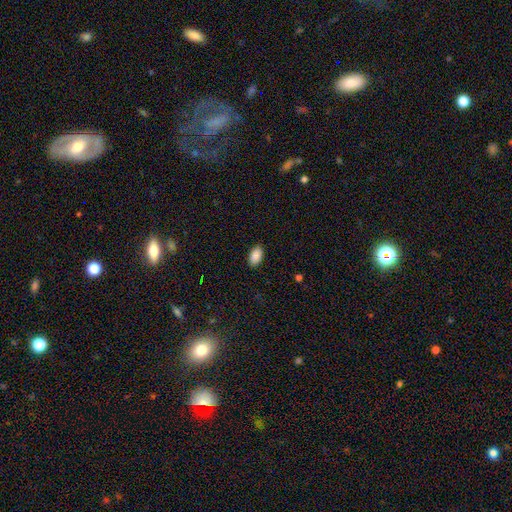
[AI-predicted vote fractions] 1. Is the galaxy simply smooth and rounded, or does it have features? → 89% smooth, 7% star or artifact, 3% featured or disk.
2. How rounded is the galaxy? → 94% in between, 4% round, 2% cigar-shaped.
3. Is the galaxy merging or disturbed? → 89% none, 8% minor disturbance, 2% major disturbance, 1% merger.